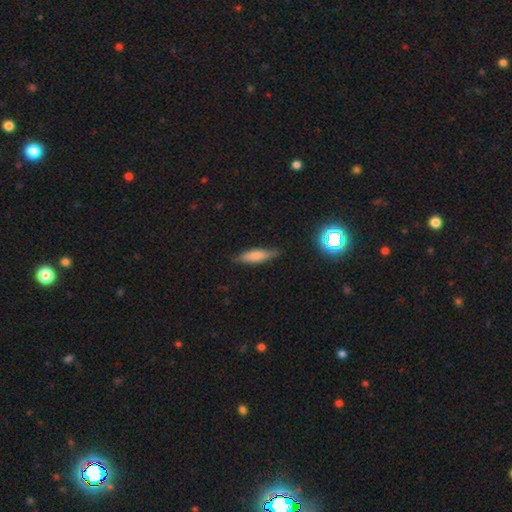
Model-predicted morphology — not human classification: A smooth galaxy with no disk features (69%) that is cigar-shaped (63%). Merging: none (79%).